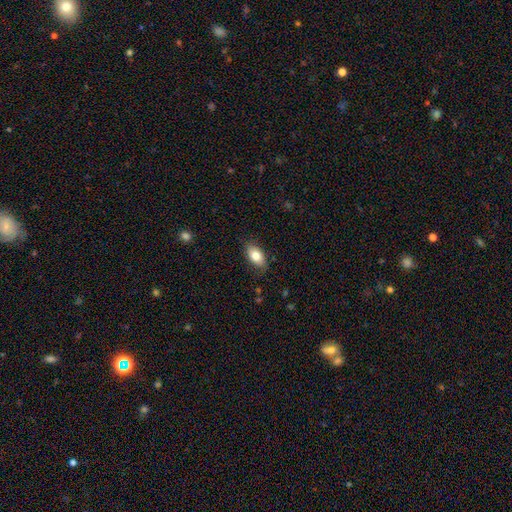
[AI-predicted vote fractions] Q: Smooth or featured?
A: smooth (80%); runner-up: featured or disk (13%)
Q: How rounded?
A: in between (92%); runner-up: round (5%)
Q: Merging?
A: none (83%); runner-up: minor disturbance (13%)